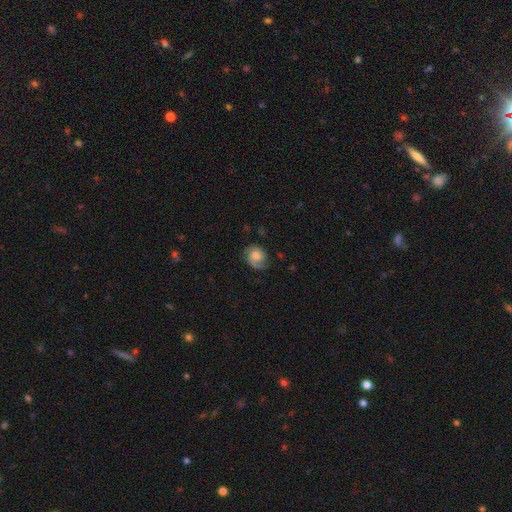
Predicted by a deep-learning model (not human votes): smooth_or_featured: featured or disk (p=0.70) [alt: smooth p=0.22]
disk_edge_on: no (p=0.97) [alt: yes p=0.03]
bar: no (p=0.64) [alt: weak p=0.31]
has_spiral_arms: yes (p=0.94) [alt: no p=0.06]
spiral_winding: medium (p=0.43) [alt: tight p=0.41]
spiral_arm_count: 2 (p=0.74) [alt: 1 p=0.13]
bulge_size: moderate (p=0.50) [alt: small p=0.23]
merging: none (p=0.71) [alt: minor disturbance p=0.19]